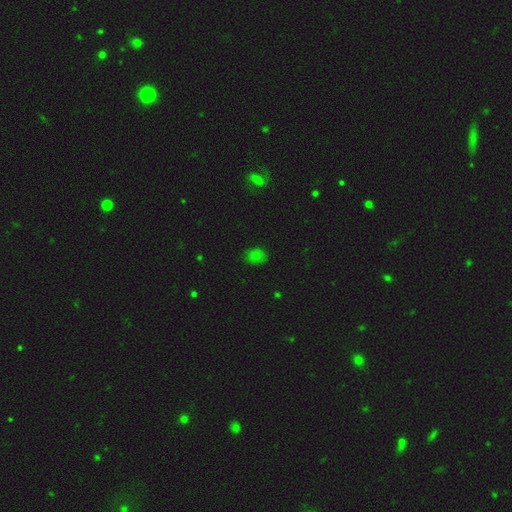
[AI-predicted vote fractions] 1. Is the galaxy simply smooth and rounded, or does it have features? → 73% smooth, 20% star or artifact, 7% featured or disk.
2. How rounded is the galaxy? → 50% in between, 49% round, 1% cigar-shaped.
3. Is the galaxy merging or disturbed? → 79% none, 16% minor disturbance, 4% major disturbance, 2% merger.